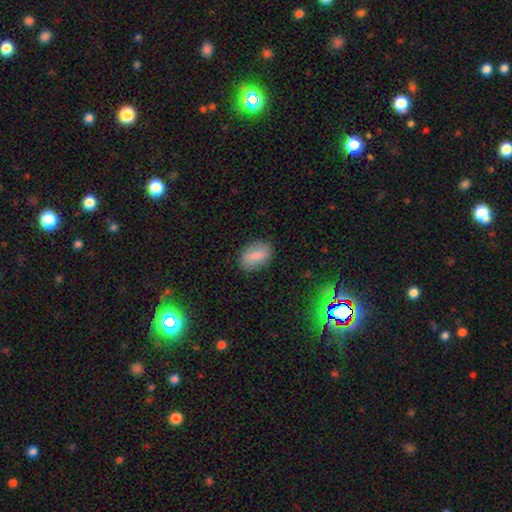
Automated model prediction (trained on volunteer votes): A smooth galaxy with no disk features (79%) that is in between round and cigar-shaped (86%). Merging: none (85%).